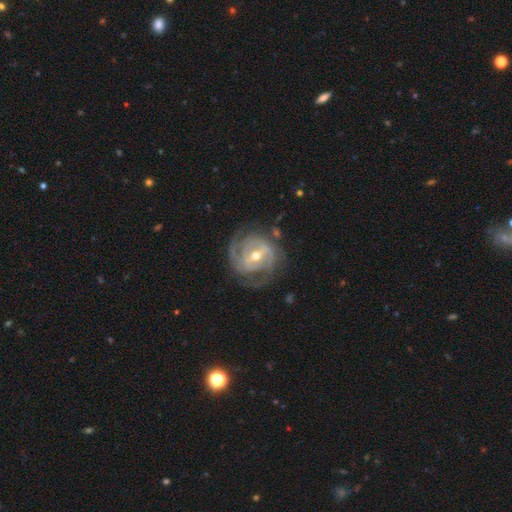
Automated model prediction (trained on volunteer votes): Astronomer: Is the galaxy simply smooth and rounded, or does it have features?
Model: featured or disk — 89%.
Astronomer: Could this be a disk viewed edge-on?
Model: no — 97%.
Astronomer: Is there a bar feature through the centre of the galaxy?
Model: weak — 43% (runner-up: strong, 38%).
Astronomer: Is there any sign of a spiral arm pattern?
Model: yes — 94%.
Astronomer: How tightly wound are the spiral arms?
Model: tight — 59%.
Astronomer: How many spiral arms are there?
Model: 2 — 45% (runner-up: 3, 23%).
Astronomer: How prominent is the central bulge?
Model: moderate — 63%.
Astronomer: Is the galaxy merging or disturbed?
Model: none — 72%.